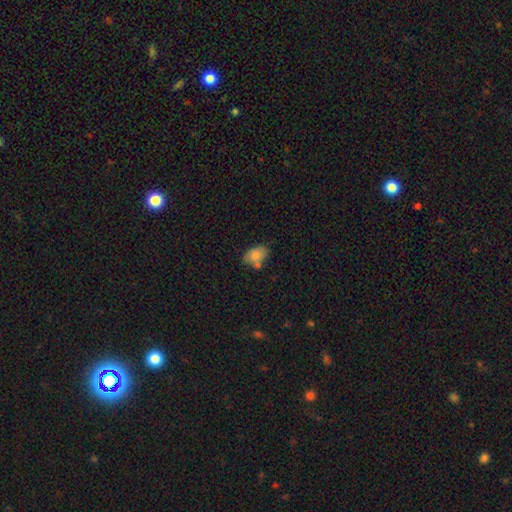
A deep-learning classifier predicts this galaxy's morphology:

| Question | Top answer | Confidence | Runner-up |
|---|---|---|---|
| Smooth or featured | smooth | 78% | featured or disk (14%) |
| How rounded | in between | 81% | round (17%) |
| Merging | none | 53% | minor disturbance (24%) |